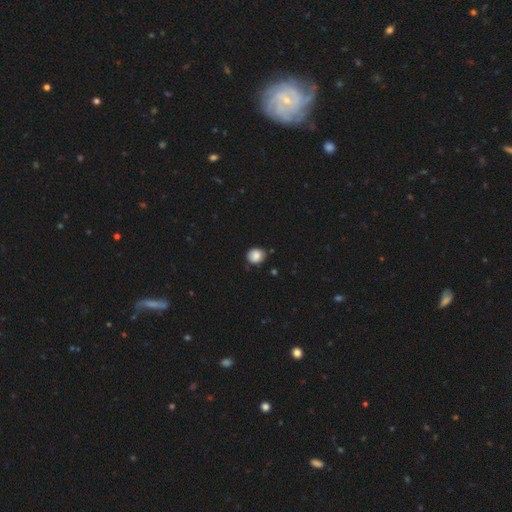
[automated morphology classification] A smooth galaxy with no disk features (86%) that is round (80%). Merging: none (80%).